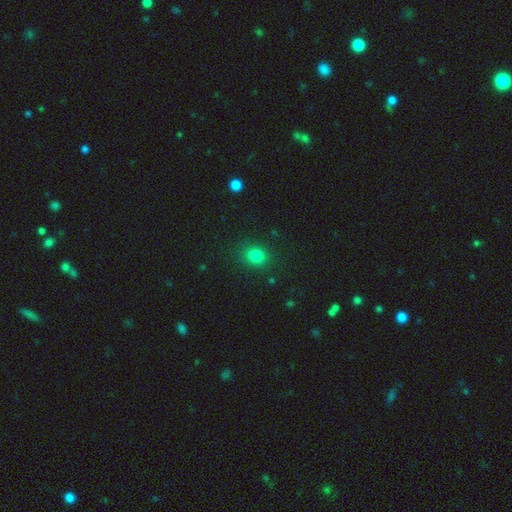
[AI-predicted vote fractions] Smooth or featured?
  - smooth: 82% *
  - star or artifact: 13%
  - featured or disk: 5%
How rounded?
  - round: 69% *
  - in between: 30%
  - cigar-shaped: 1%
Merging?
  - none: 86% *
  - minor disturbance: 9%
  - major disturbance: 3%
  - merger: 2%